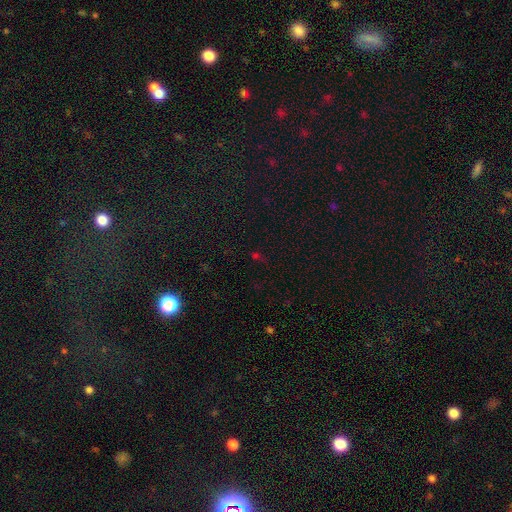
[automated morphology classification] A star or artifact, not a galaxy (59%).